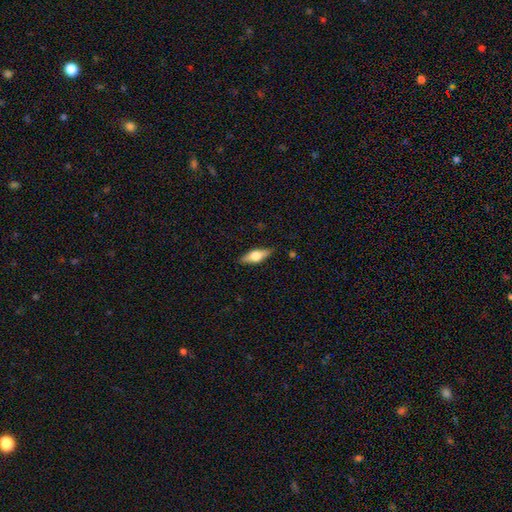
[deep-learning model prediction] smooth-or-featured: smooth: 47% | featured or disk: 46% | star or artifact: 7%
  merging: none: 86% | minor disturbance: 10% | major disturbance: 2% | merger: 1%